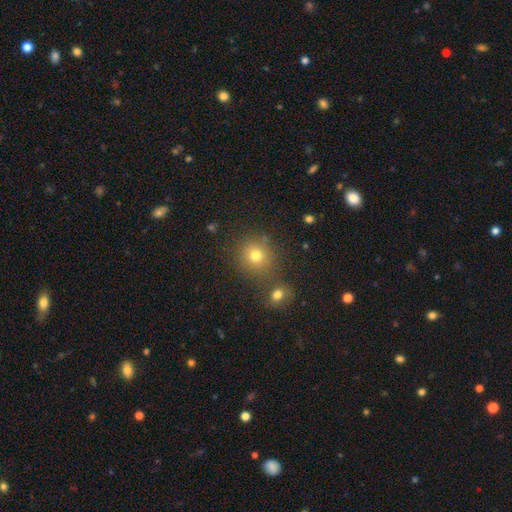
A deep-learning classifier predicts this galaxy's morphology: smooth_or_featured: smooth (p=0.75) [alt: star or artifact p=0.17]
how_rounded: round (p=0.86) [alt: in between p=0.13]
merging: none (p=0.71) [alt: merger p=0.16]